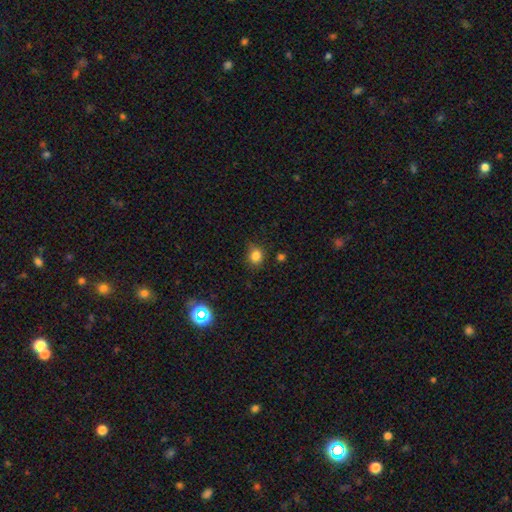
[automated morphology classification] Smooth or featured? smooth (82%)
How rounded? round (70%)
Merging? none (77%)